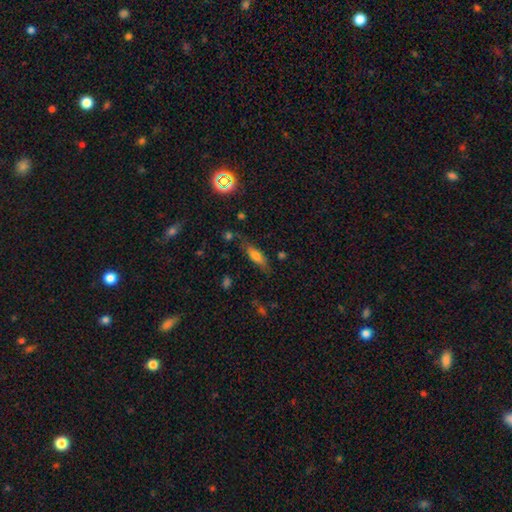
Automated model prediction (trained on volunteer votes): smooth_or_featured: smooth (p=0.66) [alt: featured or disk p=0.25]
how_rounded: in between (p=0.52) [alt: cigar-shaped p=0.46]
merging: none (p=0.69) [alt: minor disturbance p=0.21]